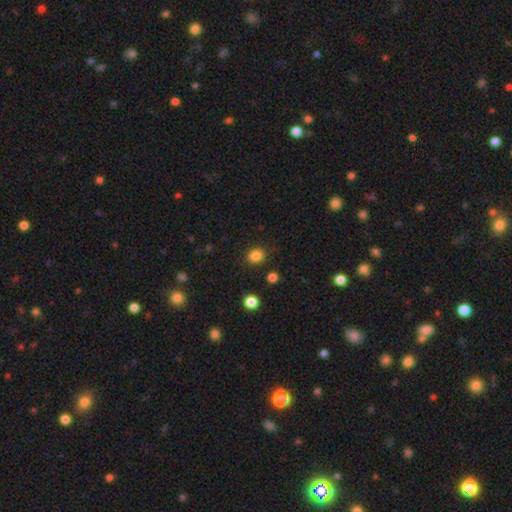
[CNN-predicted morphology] Smooth or featured? Predicted: smooth (p=0.84). How rounded? Predicted: round (p=0.66). Merging? Predicted: none (p=0.87).